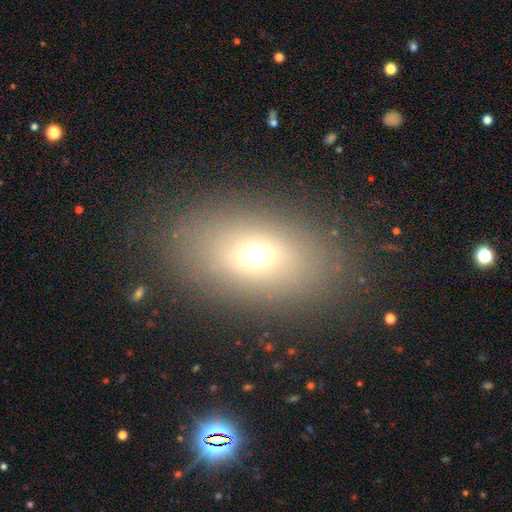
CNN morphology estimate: This is likely a smooth galaxy (66%). How rounded: clearly in between (83%). Merging: clearly none (84%).